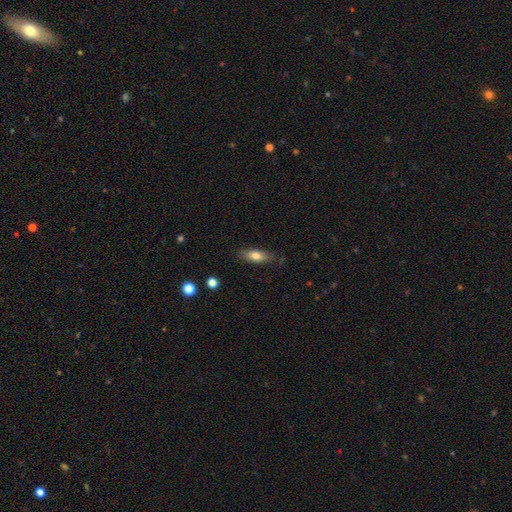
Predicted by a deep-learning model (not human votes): smooth-or-featured: smooth: 74% | featured or disk: 19% | star or artifact: 7%
  how-rounded: in between: 62% | cigar-shaped: 35% | round: 3%
  merging: none: 79% | minor disturbance: 16% | major disturbance: 3% | merger: 2%